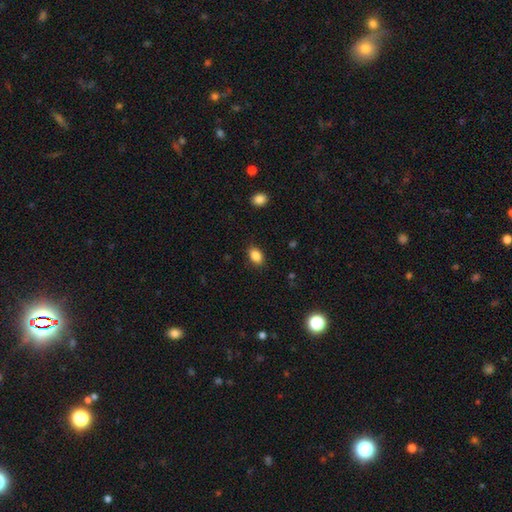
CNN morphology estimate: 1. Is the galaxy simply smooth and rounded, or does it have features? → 86% smooth, 9% star or artifact, 5% featured or disk.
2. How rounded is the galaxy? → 81% in between, 18% round, 1% cigar-shaped.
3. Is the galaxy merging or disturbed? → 86% none, 10% minor disturbance, 3% major disturbance, 1% merger.